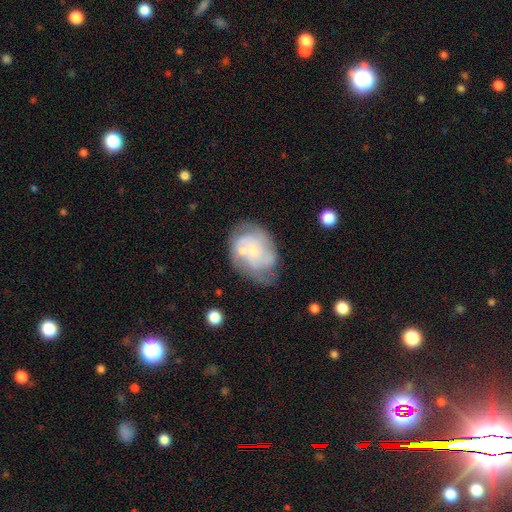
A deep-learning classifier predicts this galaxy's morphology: featured or disk 70%, smooth 23%, star or artifact 7%. Down the decision tree: edge-on disk — no (97%); bar — no (74%); spiral arms — yes (81%); spiral arm count — can't tell (38%); spiral winding — tight (52%); bulge size — small (71%); merging — none (50%).